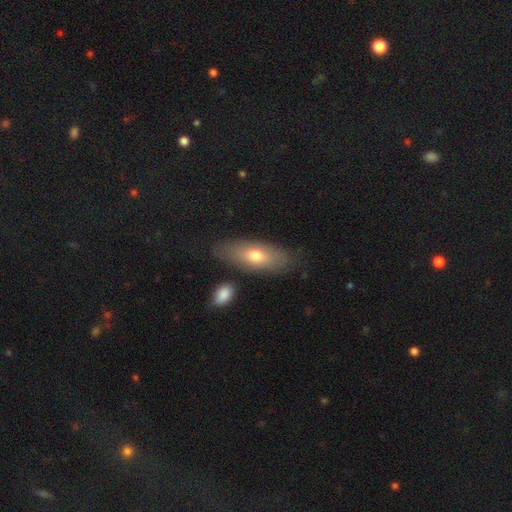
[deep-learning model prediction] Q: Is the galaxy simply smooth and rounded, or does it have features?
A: smooth — 68%.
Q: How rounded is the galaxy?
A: in between — 78%.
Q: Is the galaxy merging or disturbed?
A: none — 77%.